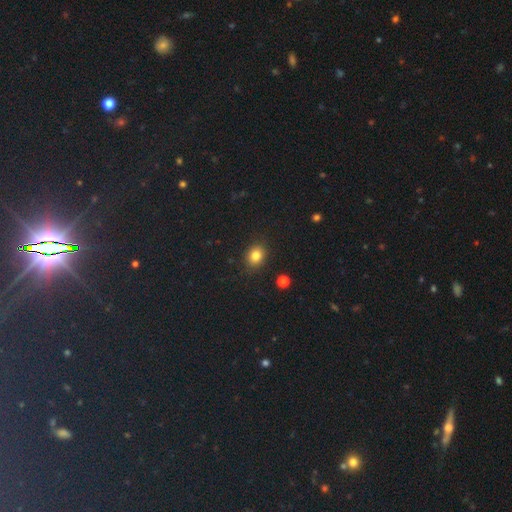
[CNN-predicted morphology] This is clearly a smooth galaxy (82%). How rounded: possibly round (54%). Merging: clearly none (87%).